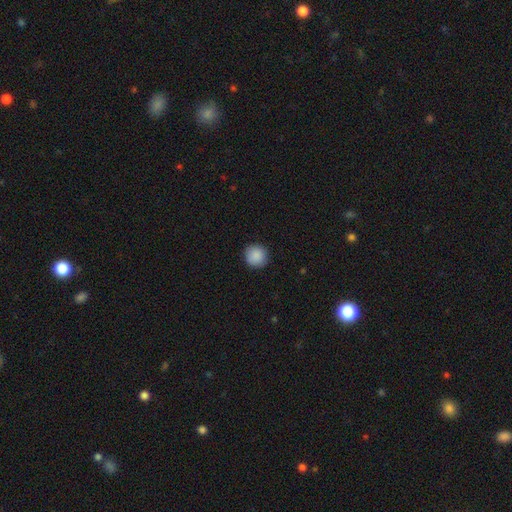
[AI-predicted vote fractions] smooth-or-featured: smooth: 89% | star or artifact: 8% | featured or disk: 3%
  how-rounded: round: 95% | in between: 4% | cigar-shaped: 1%
  merging: none: 91% | minor disturbance: 6% | major disturbance: 2% | merger: 1%